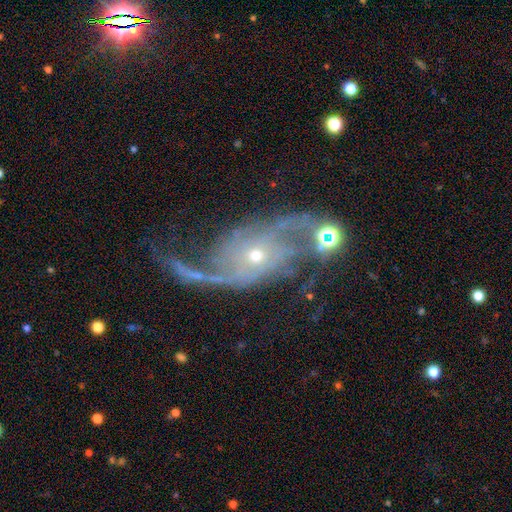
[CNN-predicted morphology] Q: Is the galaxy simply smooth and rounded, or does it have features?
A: featured or disk — 89%.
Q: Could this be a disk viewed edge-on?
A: no — 96%.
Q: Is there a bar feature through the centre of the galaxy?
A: no — 66%.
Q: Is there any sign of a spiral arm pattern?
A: yes — 97%.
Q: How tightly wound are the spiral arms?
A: loose — 51%.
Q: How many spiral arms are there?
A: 2 — 86%.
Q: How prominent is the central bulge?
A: small — 67%.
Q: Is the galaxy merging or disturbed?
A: none — 57%.